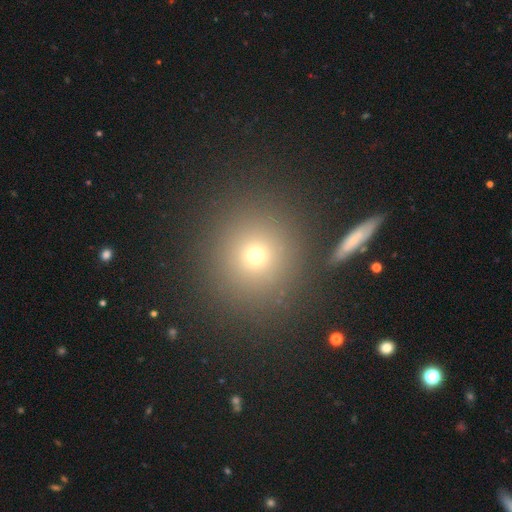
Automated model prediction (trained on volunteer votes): This appears to be a smooth galaxy with no disk features (70%) that is round (91%). Merging: none (85%).